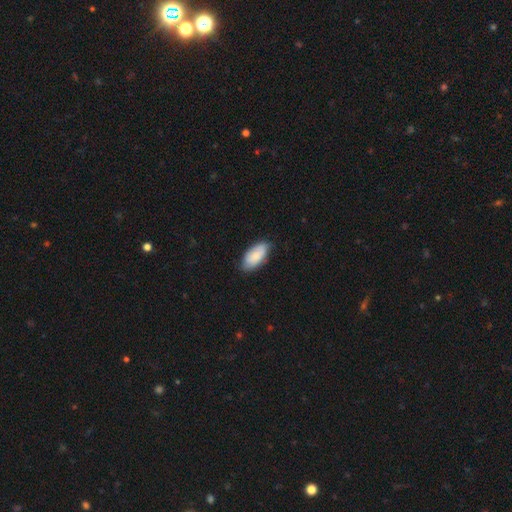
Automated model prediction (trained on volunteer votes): Morphology: type=smooth (80%); roundness=in between (93%); merging=none (77%).